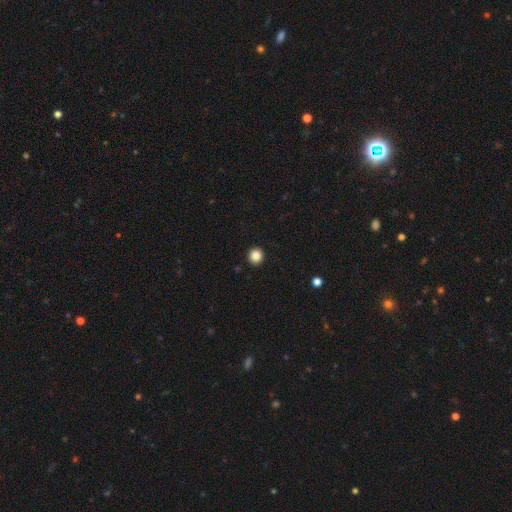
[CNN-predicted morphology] The model was most divided on "smooth or featured": smooth: 85%, star or artifact: 10%, featured or disk: 5%. More confident: merging — none (93%); how rounded — round (93%).